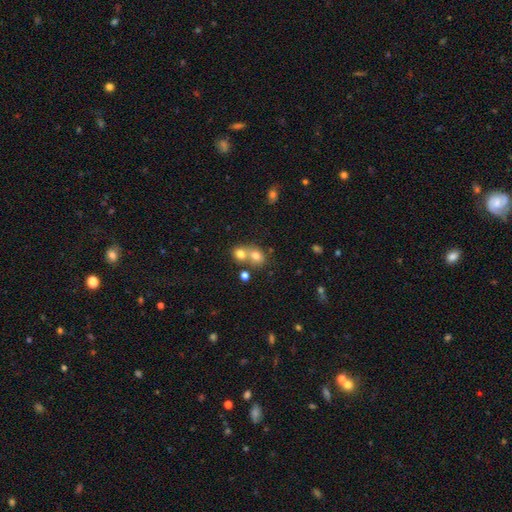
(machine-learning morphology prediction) smooth-or-featured: smooth: 73% | featured or disk: 14% | star or artifact: 13%
  how-rounded: round: 69% | in between: 30% | cigar-shaped: 1%
  merging: merger: 58% | none: 33% | minor disturbance: 6% | major disturbance: 3%